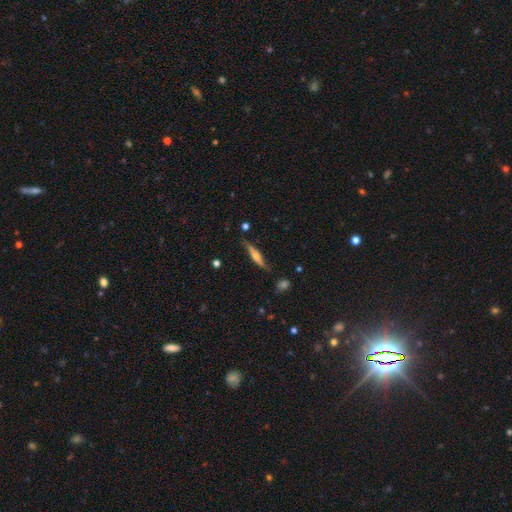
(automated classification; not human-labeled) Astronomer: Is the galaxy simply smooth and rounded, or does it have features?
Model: featured or disk — 61%.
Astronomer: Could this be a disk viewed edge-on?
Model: yes — 92%.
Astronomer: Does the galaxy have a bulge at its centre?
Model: rounded — 83%.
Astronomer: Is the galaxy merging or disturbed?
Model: none — 78%.